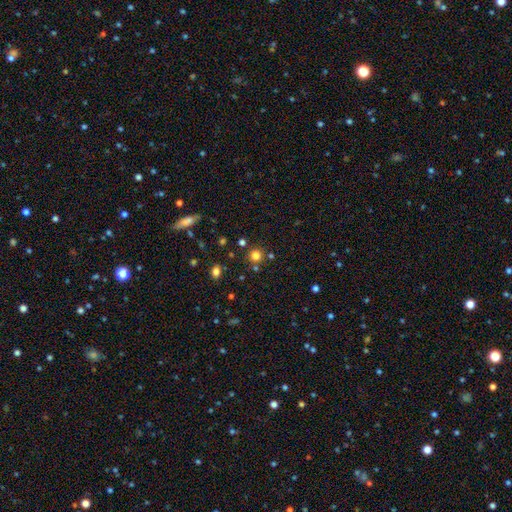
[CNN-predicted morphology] This appears to be a smooth galaxy with no disk features (77%) that is round (93%). Merging: none (82%).